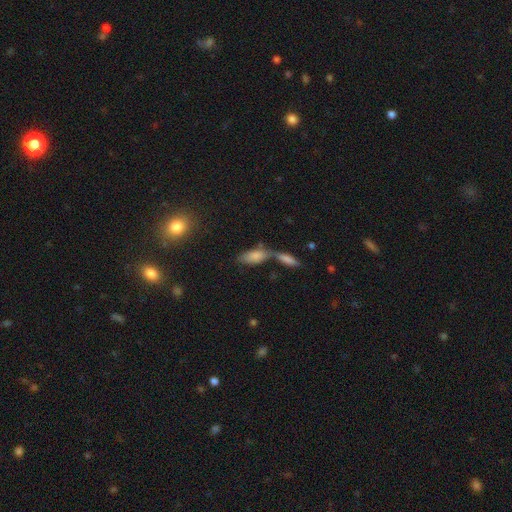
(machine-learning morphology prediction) The model was most divided on "merging": merger: 44%, none: 40%, minor disturbance: 11%, major disturbance: 5%. More confident: how rounded — in between (73%); smooth or featured — smooth (70%).